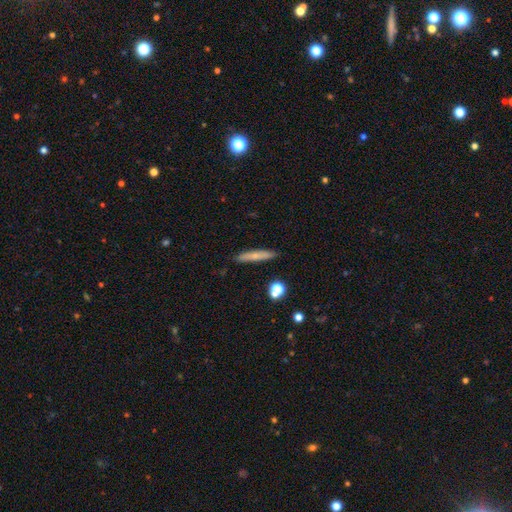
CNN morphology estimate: Smooth or featured?
  - smooth: 60% *
  - featured or disk: 32%
  - star or artifact: 8%
How rounded?
  - cigar-shaped: 90% *
  - in between: 8%
  - round: 2%
Merging?
  - none: 87% *
  - minor disturbance: 10%
  - merger: 2%
  - major disturbance: 2%